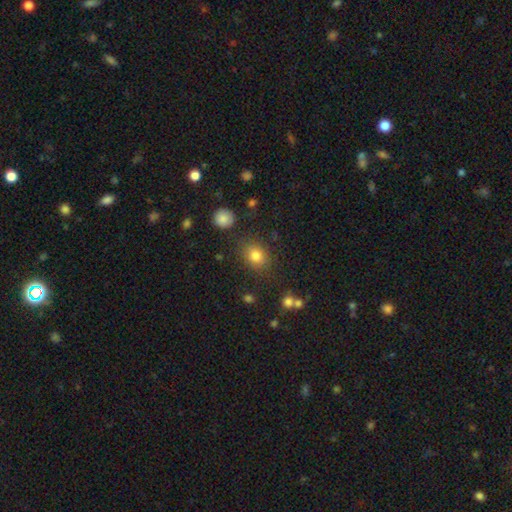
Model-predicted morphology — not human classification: Overall: smooth (80%). How rounded: round (53%; in between 46%). Merging: none (81%).